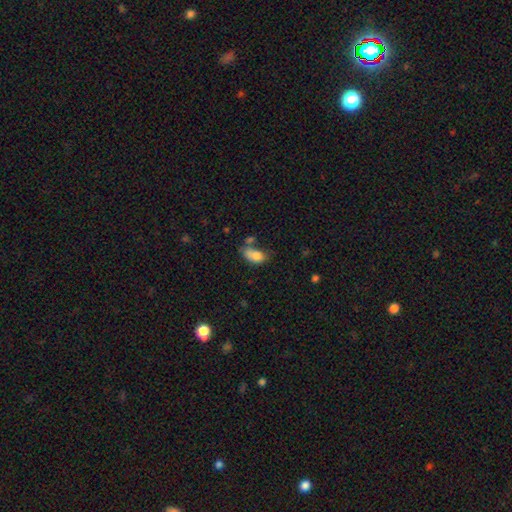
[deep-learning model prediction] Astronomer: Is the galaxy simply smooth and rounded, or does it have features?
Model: smooth — 78%.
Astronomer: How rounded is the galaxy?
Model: in between — 88%.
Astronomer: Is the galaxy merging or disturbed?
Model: none — 32% (runner-up: merger, 27%).